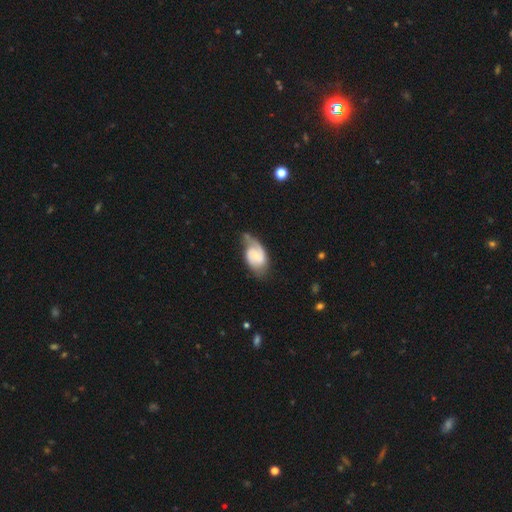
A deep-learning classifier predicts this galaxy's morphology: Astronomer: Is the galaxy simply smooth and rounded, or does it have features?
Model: featured or disk — 75%.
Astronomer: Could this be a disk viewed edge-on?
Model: no — 96%.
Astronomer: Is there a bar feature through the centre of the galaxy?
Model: no — 47% (runner-up: weak, 43%).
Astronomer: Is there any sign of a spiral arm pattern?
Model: yes — 93%.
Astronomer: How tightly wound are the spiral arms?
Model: medium — 43% (runner-up: tight, 38%).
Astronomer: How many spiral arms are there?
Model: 2 — 69%.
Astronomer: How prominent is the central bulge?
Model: small — 55% (runner-up: moderate, 35%).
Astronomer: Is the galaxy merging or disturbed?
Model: none — 55%.